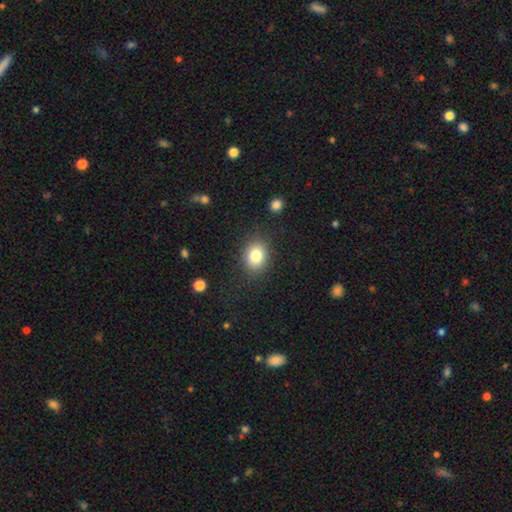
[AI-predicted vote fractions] Smooth or featured: smooth — 83% (star or artifact — 10%)
How rounded: in between — 51% (round — 48%)
Merging: none — 85% (minor disturbance — 10%)